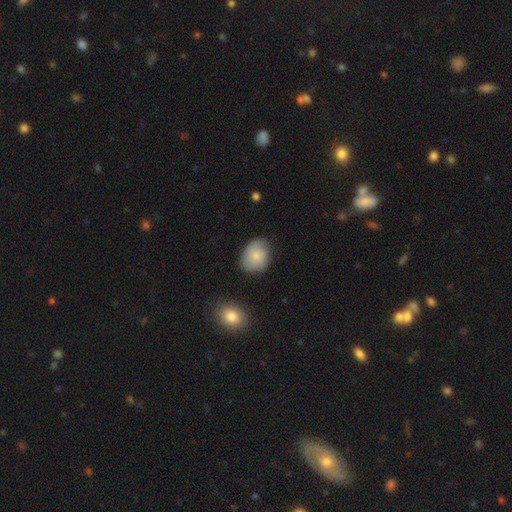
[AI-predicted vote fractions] Smooth or featured: smooth — 77% (featured or disk — 16%)
How rounded: in between — 55% (round — 44%)
Merging: none — 70% (minor disturbance — 24%)